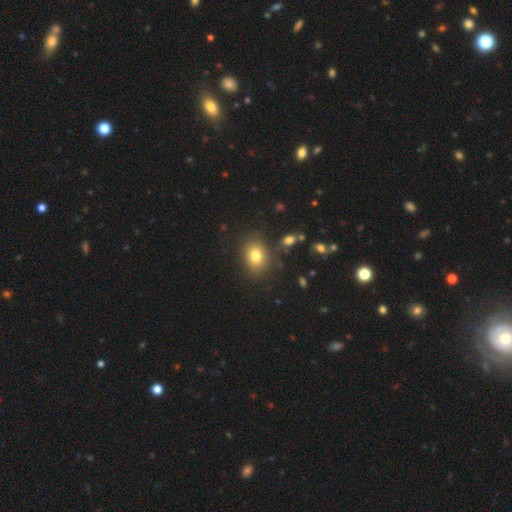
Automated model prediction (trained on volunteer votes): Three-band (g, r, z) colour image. It shows a smooth galaxy with no disk features (79%) that is in between round and cigar-shaped (58%). Merging: none (81%).